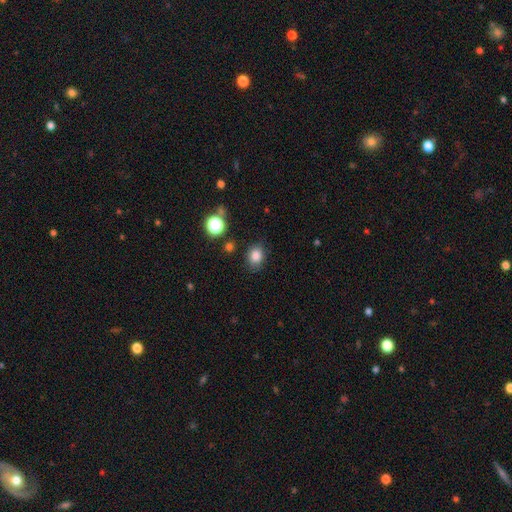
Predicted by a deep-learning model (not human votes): A smooth galaxy with no disk features (83%) that is round (54%). Merging: none (80%).